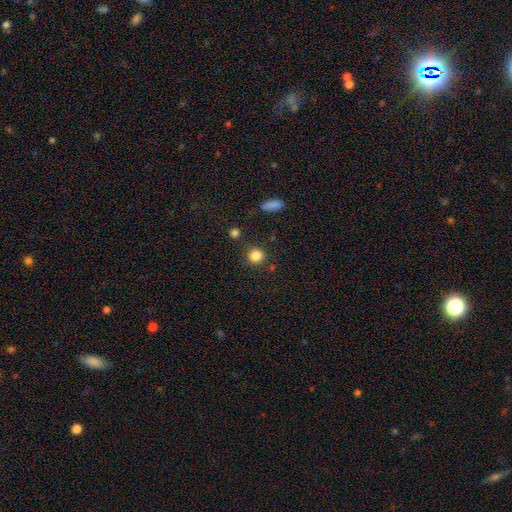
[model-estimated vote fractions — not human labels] Q: Smooth or featured?
A: smooth (84%); runner-up: star or artifact (11%)
Q: How rounded?
A: round (88%); runner-up: in between (11%)
Q: Merging?
A: none (86%); runner-up: minor disturbance (8%)